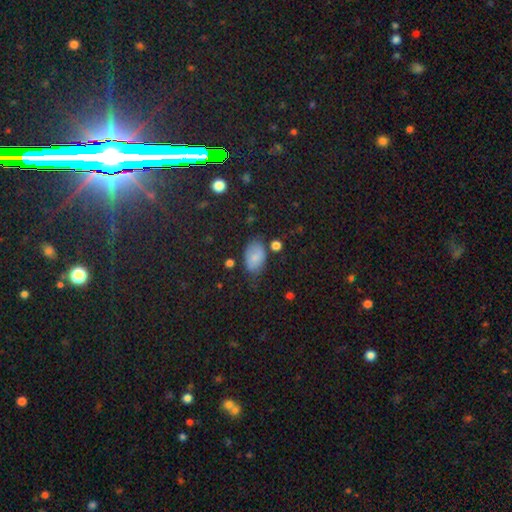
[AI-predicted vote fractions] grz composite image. It shows a smooth galaxy with no disk features (77%) that is in between round and cigar-shaped (89%). Merging: none (64%).